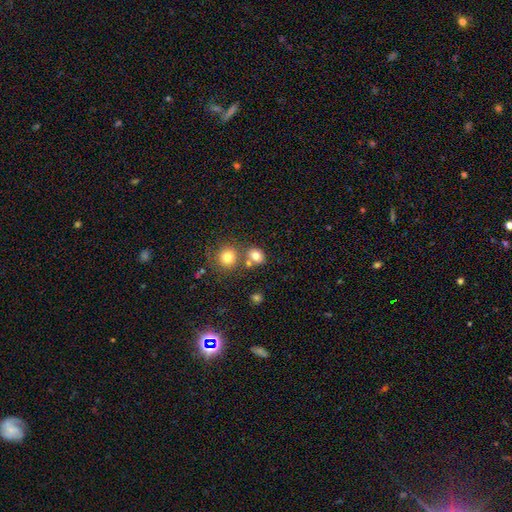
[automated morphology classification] This appears to be a smooth galaxy with no disk features (77%) that is round (56%). Merging: none (60%).